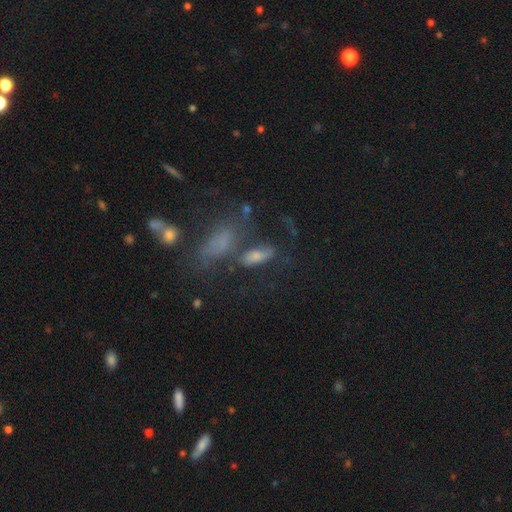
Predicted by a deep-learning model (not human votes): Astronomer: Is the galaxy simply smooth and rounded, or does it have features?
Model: smooth — 52% (runner-up: featured or disk, 29%).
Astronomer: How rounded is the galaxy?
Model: in between — 60%.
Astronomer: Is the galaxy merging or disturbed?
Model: none — 47%.